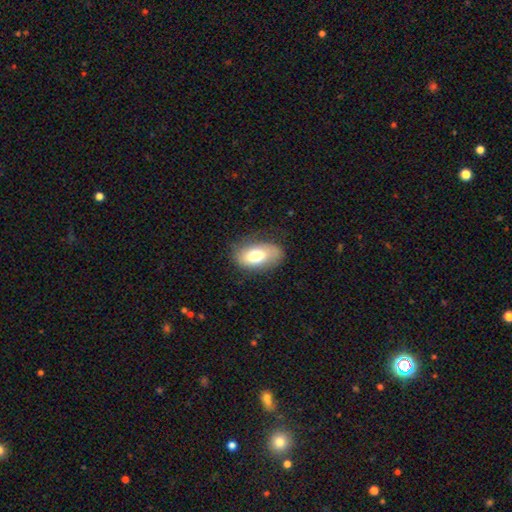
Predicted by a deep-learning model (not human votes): Smooth or featured? Predicted: smooth (p=0.71). How rounded? Predicted: in between (p=0.90). Merging? Predicted: none (p=0.73).